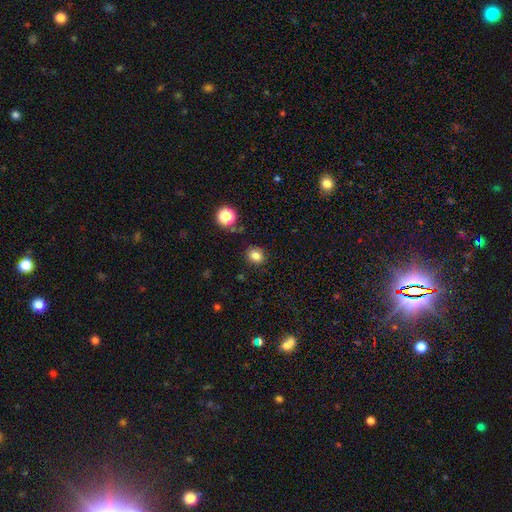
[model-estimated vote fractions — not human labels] This appears to be a smooth galaxy with no disk features (82%) that is round (70%). Merging: none (84%).